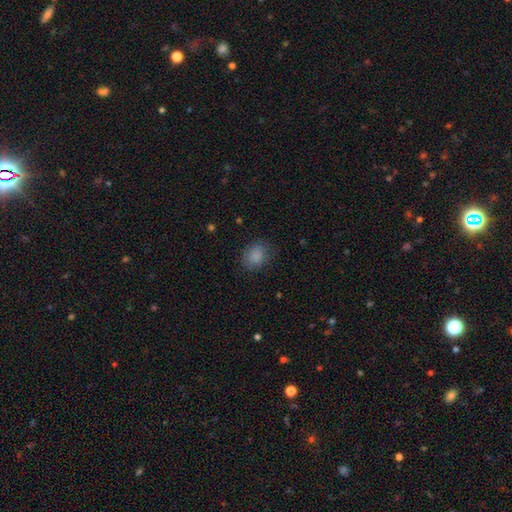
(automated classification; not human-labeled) smooth-or-featured: smooth: 86% | star or artifact: 9% | featured or disk: 5%
  how-rounded: round: 54% | in between: 45% | cigar-shaped: 1%
  merging: none: 78% | minor disturbance: 16% | major disturbance: 5% | merger: 1%